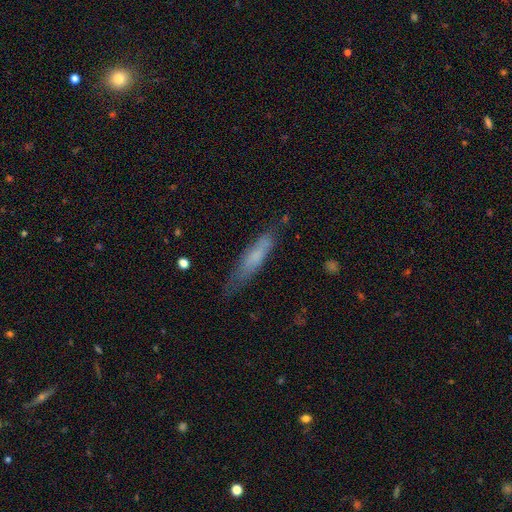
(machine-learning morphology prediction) Smooth or featured: smooth — 63% (featured or disk — 30%)
How rounded: cigar-shaped — 80% (in between — 19%)
Merging: none — 66% (minor disturbance — 24%)